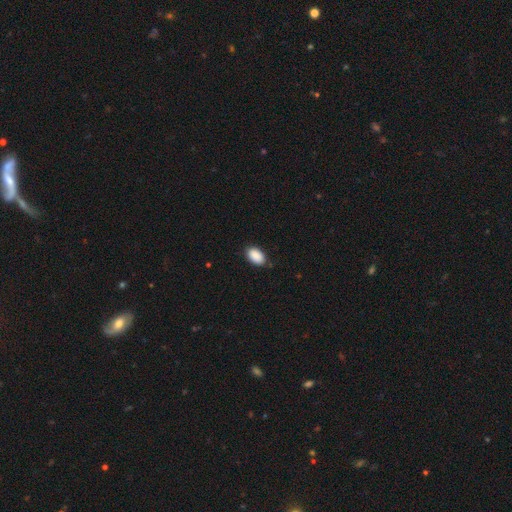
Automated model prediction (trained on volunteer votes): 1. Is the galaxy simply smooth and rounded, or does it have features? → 90% smooth, 7% star or artifact, 3% featured or disk.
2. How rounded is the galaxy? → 92% in between, 7% round, 1% cigar-shaped.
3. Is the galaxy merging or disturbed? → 84% none, 13% minor disturbance, 2% major disturbance, 1% merger.